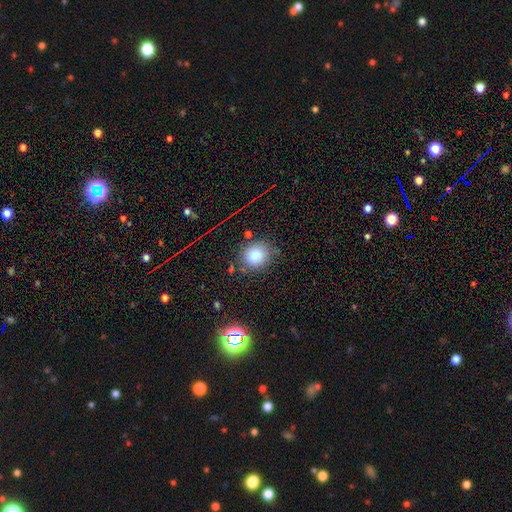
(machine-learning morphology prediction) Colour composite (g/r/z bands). It shows a smooth galaxy with no disk features (82%) that is round (76%). Merging: none (74%).